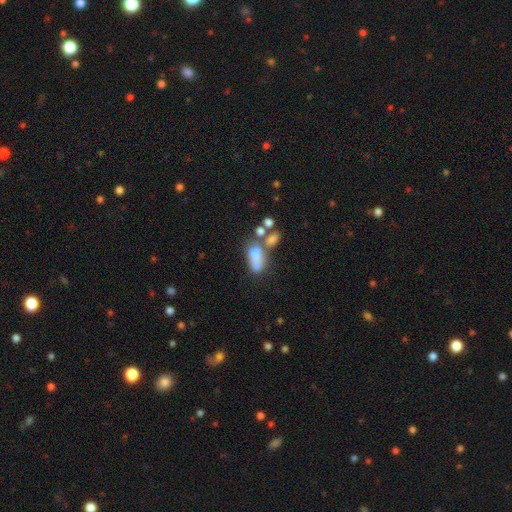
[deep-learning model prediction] This appears to be a smooth galaxy with no disk features (64%) that is in between round and cigar-shaped (81%). Merging: merger (49%).